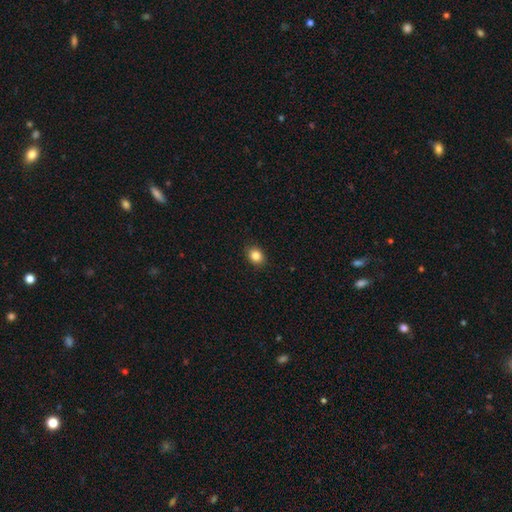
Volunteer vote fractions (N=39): Morphology: type=smooth (95%); roundness=in between (51%); merging=none (86%).